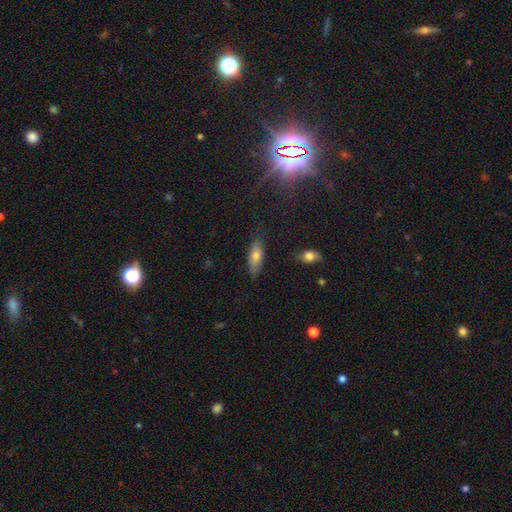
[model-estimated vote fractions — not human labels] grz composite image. It shows a smooth galaxy with no disk features (70%) that is in between round and cigar-shaped (69%). Merging: none (80%).